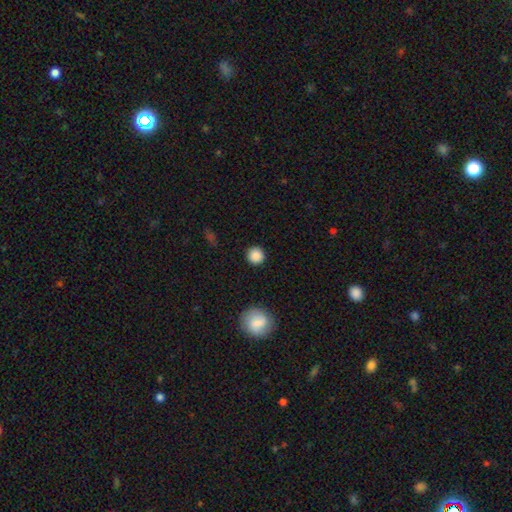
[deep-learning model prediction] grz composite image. It shows a smooth galaxy with no disk features (87%) that is round (95%). Merging: none (91%).